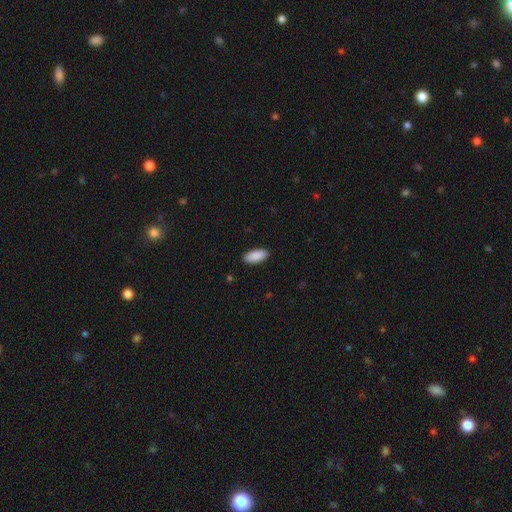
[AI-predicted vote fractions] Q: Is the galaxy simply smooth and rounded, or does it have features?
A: smooth — 91%.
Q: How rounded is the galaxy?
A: in between — 88%.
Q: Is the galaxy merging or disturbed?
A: none — 90%.